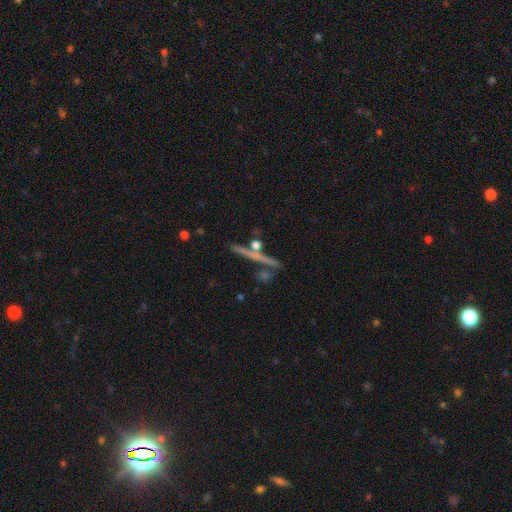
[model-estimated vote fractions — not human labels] Smooth or featured: featured or disk — 69% (smooth — 21%)
Edge-on disk: yes — 96% (no — 4%)
Edge-on bulge: rounded — 53% (none — 38%)
Merging: none — 77% (merger — 11%)